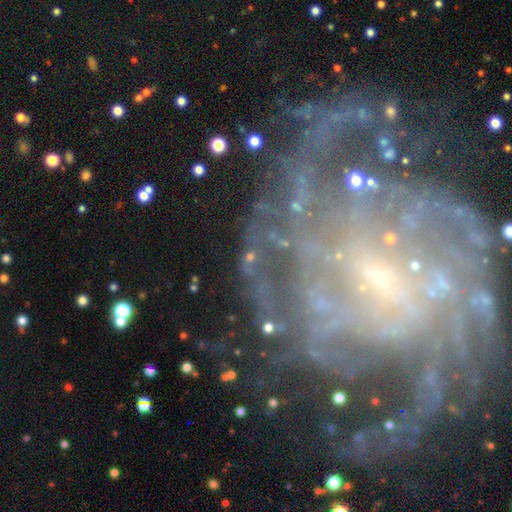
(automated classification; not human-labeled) Smooth or featured?
  - featured or disk: 80% *
  - star or artifact: 13%
  - smooth: 7%
Edge-on disk?
  - no: 97% *
  - yes: 3%
Bar?
  - no: 46% *
  - weak: 36%
  - strong: 18%
Spiral arms?
  - yes: 87% *
  - no: 13%
Spiral winding?
  - tight: 43% *
  - medium: 35%
  - loose: 22%
Spiral arm count?
  - can't tell: 34% *
  - 2: 15%
  - 4: 14%
  - 3: 14%
  - more than 4: 13%
  - 1: 9%
Bulge size?
  - small: 71% *
  - none: 15%
  - moderate: 11%
  - large: 2%
  - dominant: 1%
Merging?
  - none: 55% *
  - major disturbance: 24%
  - minor disturbance: 17%
  - merger: 4%